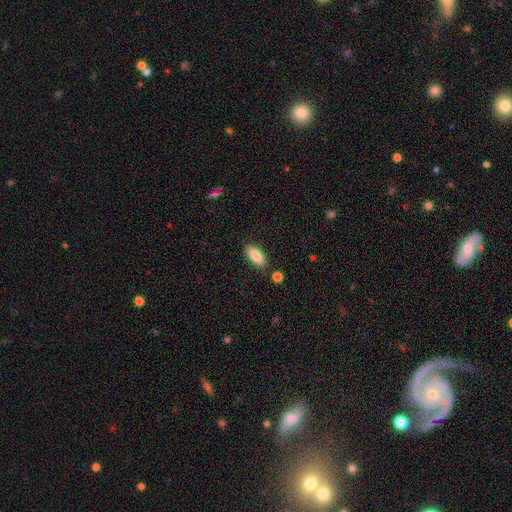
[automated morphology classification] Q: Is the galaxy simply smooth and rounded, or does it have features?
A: smooth — 86%.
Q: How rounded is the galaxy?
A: in between — 79%.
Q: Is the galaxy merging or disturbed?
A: none — 83%.